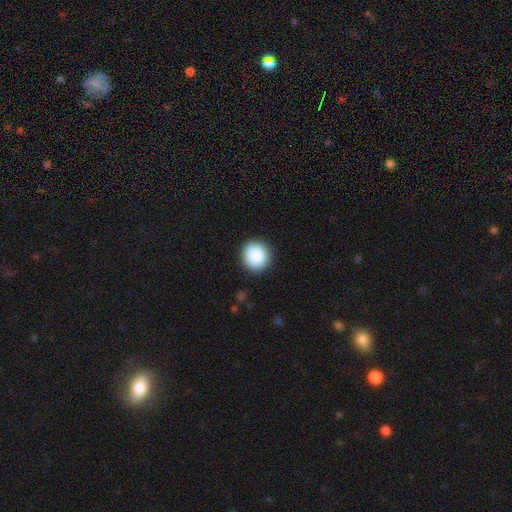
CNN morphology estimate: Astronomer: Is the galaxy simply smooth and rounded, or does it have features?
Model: smooth — 88%.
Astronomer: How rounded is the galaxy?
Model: round — 92%.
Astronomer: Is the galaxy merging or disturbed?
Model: none — 92%.